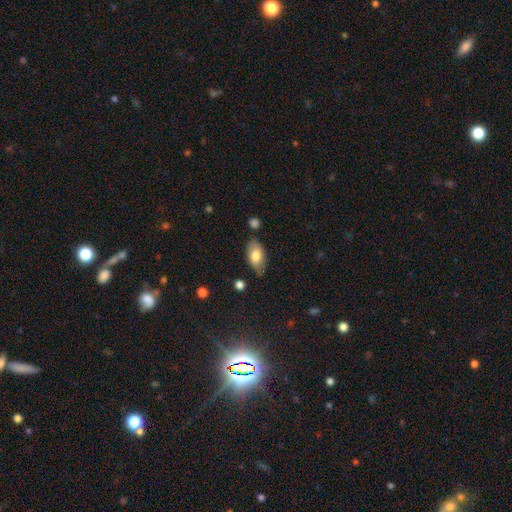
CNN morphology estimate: Overall: smooth (73%). How rounded: in between (92%). Merging: none (71%).